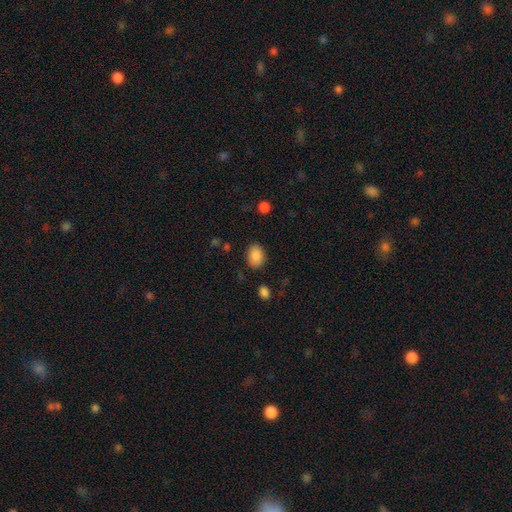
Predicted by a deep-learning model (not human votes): smooth_or_featured: smooth (p=0.88) [alt: star or artifact p=0.08]
how_rounded: in between (p=0.81) [alt: round p=0.18]
merging: none (p=0.84) [alt: minor disturbance p=0.11]